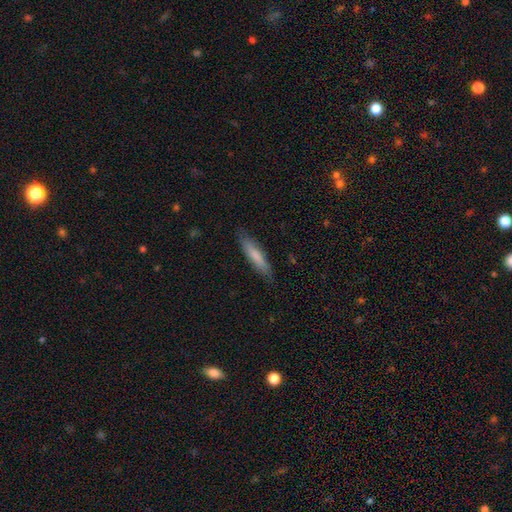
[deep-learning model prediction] smooth 74%, featured or disk 20%, star or artifact 6%. Down the decision tree: how rounded — cigar-shaped (84%); merging — none (83%).